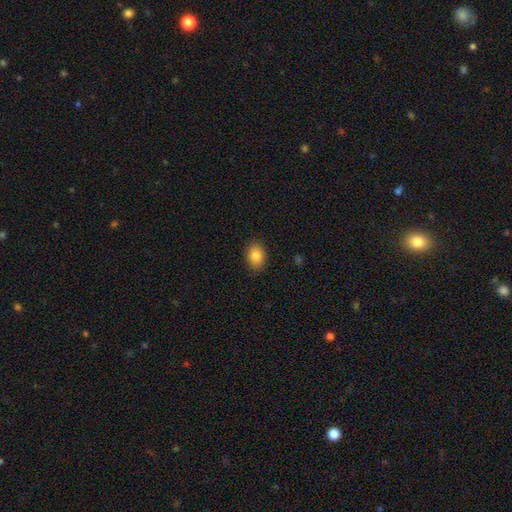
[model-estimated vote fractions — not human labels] The model was most divided on "how rounded": in between: 73%, round: 26%, cigar-shaped: 1%. More confident: merging — none (88%); smooth or featured — smooth (85%).